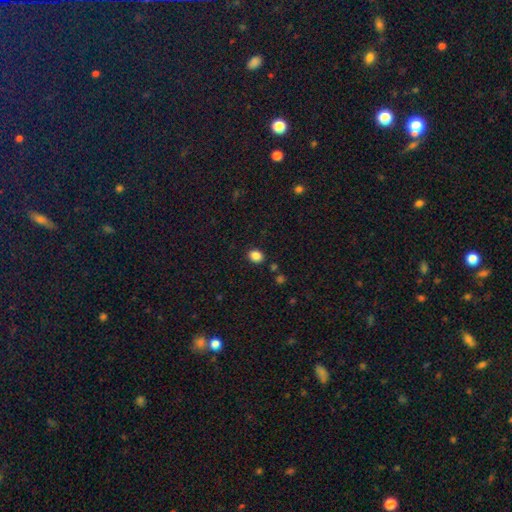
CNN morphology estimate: Smooth or featured: smooth — 86% (star or artifact — 11%)
How rounded: round — 53% (in between — 46%)
Merging: none — 87% (minor disturbance — 8%)